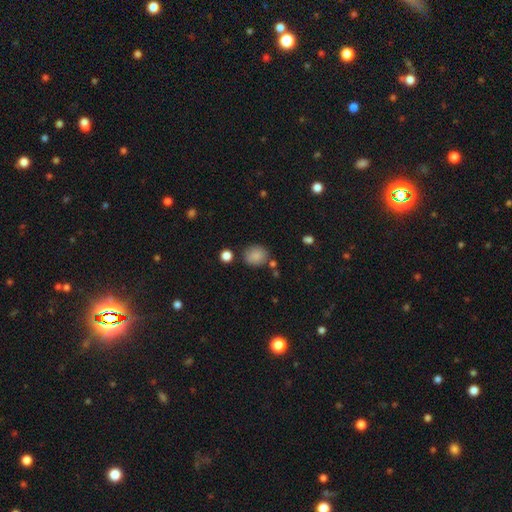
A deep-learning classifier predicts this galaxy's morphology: Smooth or featured? smooth (85%)
How rounded? round (73%)
Merging? none (75%)